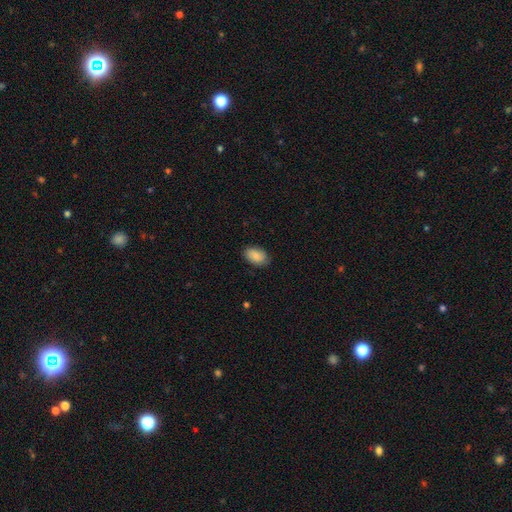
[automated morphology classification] The model was most divided on "merging": none: 83%, minor disturbance: 13%, major disturbance: 3%, merger: 1%. More confident: how rounded — in between (90%); smooth or featured — smooth (87%).